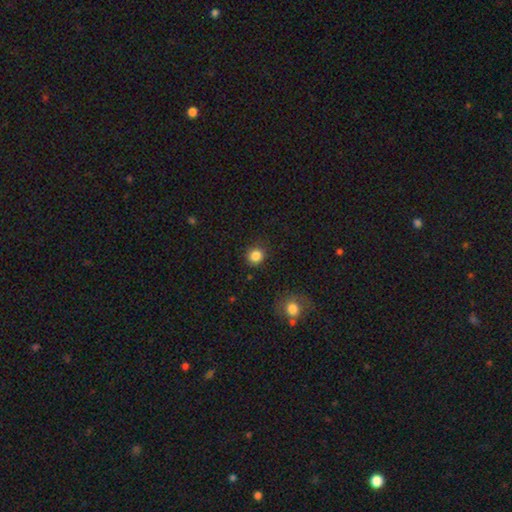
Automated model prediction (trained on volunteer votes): Smooth or featured? Predicted: smooth (p=0.85). How rounded? Predicted: round (p=0.87). Merging? Predicted: none (p=0.88).